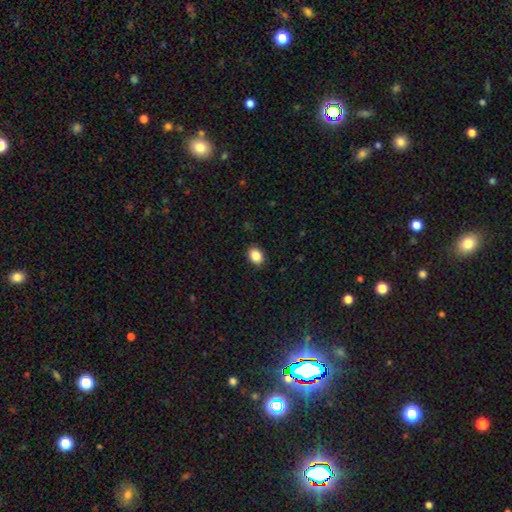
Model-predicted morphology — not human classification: Smooth or featured: smooth — 87% (star or artifact — 9%)
How rounded: in between — 68% (round — 31%)
Merging: none — 88% (minor disturbance — 9%)